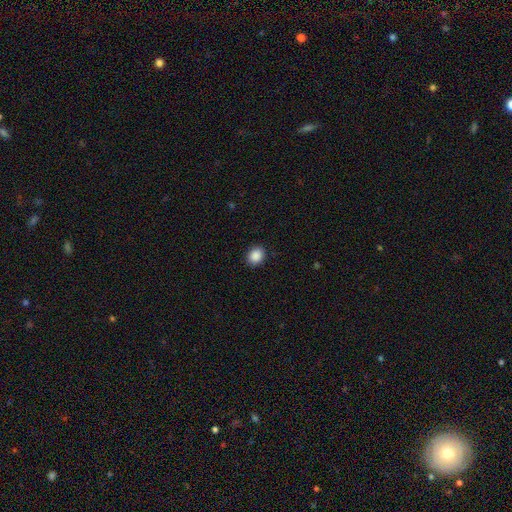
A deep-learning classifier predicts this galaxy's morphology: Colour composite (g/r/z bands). It shows a smooth galaxy with no disk features (89%) that is round (58%). Merging: none (90%).